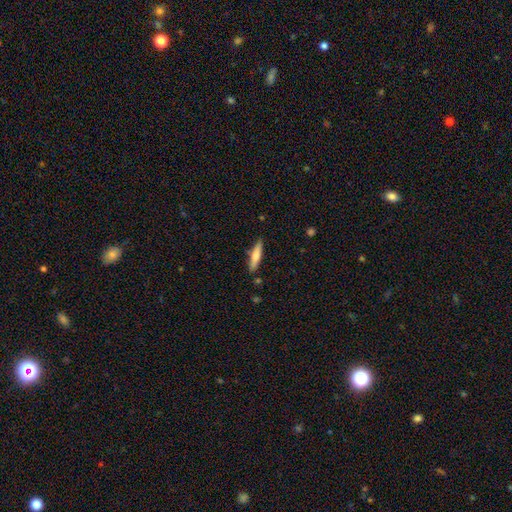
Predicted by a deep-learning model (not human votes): smooth_or_featured: smooth (p=0.69) [alt: featured or disk p=0.25]
how_rounded: cigar-shaped (p=0.81) [alt: in between p=0.18]
merging: none (p=0.85) [alt: minor disturbance p=0.11]